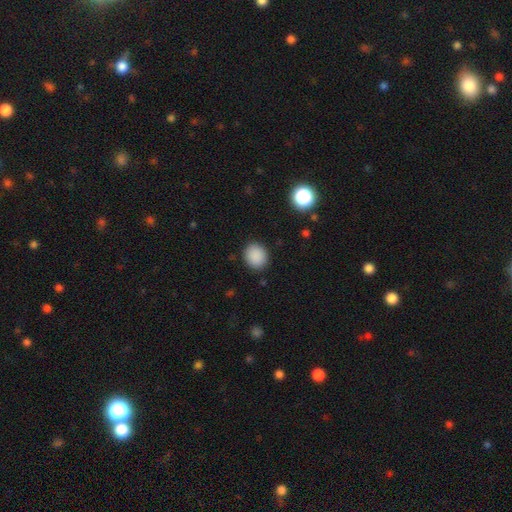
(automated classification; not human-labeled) Smooth or featured: smooth — 88% (star or artifact — 9%)
How rounded: round — 72% (in between — 27%)
Merging: none — 88% (minor disturbance — 8%)